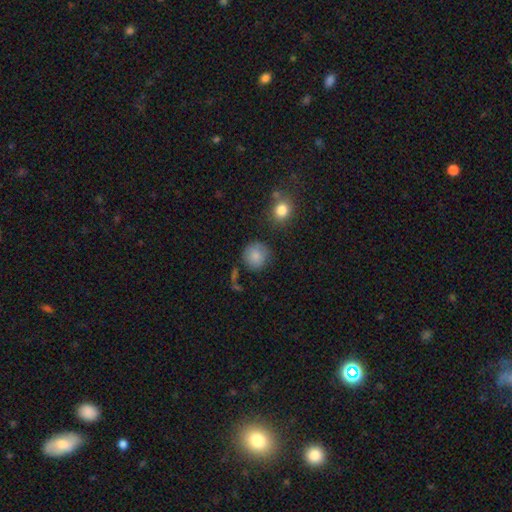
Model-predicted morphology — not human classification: smooth_or_featured: smooth (p=0.85) [alt: star or artifact p=0.09]
how_rounded: round (p=0.92) [alt: in between p=0.07]
merging: none (p=0.78) [alt: minor disturbance p=0.14]